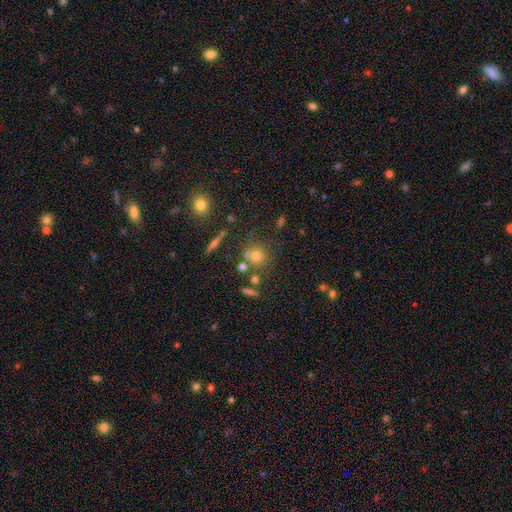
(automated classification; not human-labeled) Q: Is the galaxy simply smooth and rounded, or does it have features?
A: smooth — 64%.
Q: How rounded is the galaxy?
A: round — 89%.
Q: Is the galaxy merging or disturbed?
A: none — 68%.